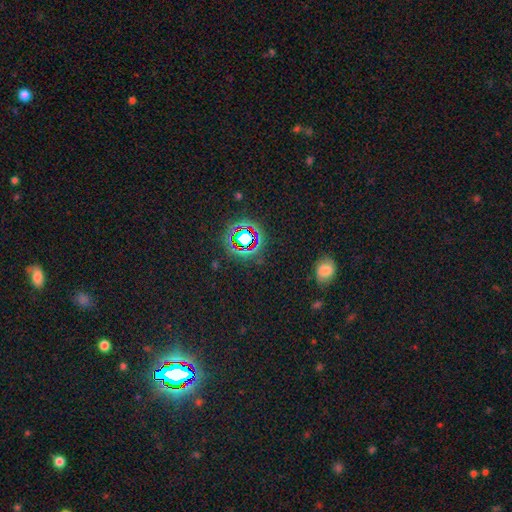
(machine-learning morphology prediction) smooth-or-featured: star or artifact: 75% | smooth: 16% | featured or disk: 8%